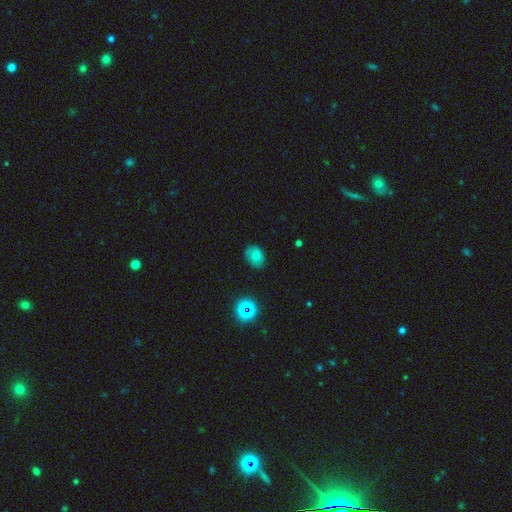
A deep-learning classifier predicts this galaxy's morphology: Overall: smooth (75%). How rounded: in between (68%; round 31%). Merging: none (74%).